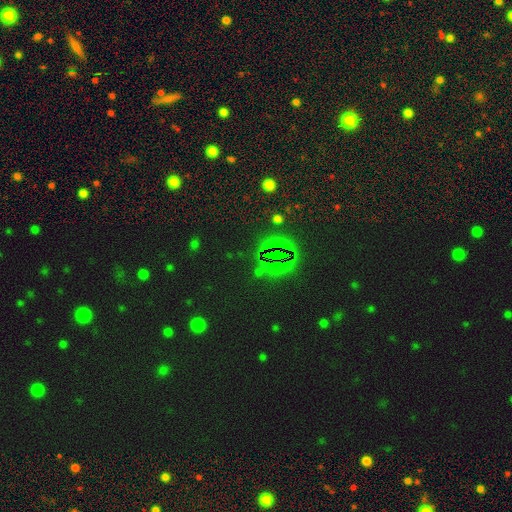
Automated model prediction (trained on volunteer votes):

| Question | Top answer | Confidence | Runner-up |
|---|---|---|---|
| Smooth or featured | star or artifact | 62% | smooth (27%) |